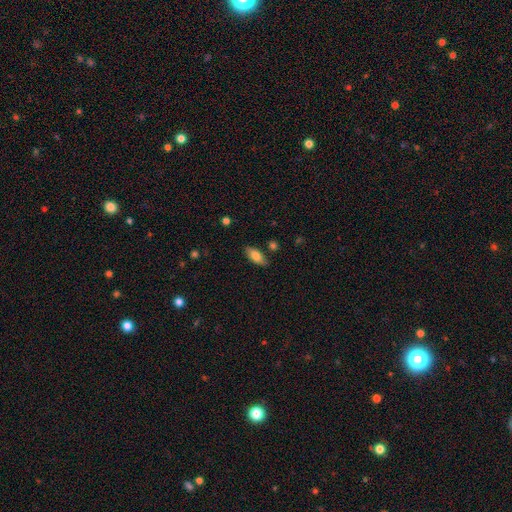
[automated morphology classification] type=smooth (80%); roundness=in between (87%); merging=none (81%).